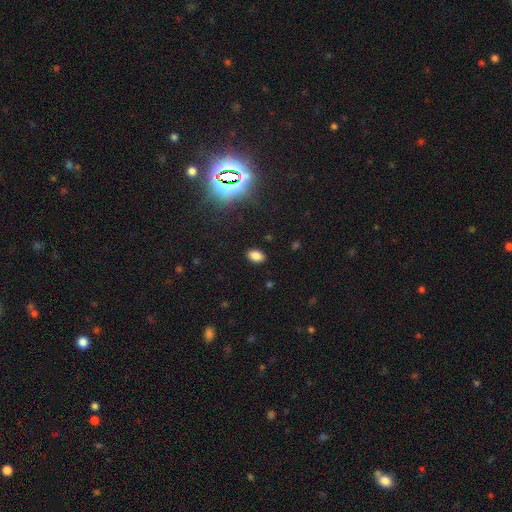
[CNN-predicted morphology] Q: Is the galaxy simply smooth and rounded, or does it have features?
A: smooth — 80%.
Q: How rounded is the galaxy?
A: in between — 87%.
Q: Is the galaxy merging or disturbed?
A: none — 89%.